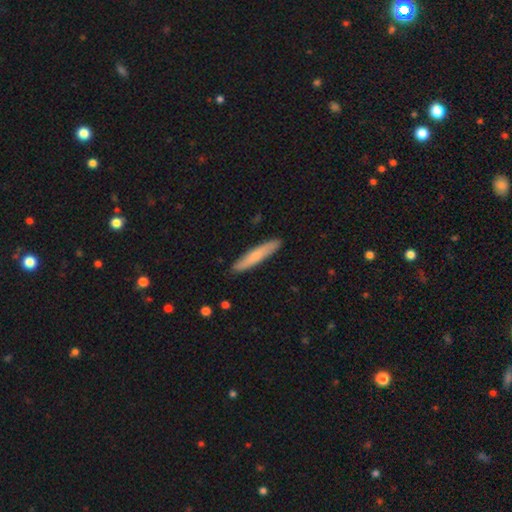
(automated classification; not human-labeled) A smooth galaxy with no disk features (64%) that is cigar-shaped (91%).

Vote fractions:
- Smooth or featured? smooth: 64% / featured or disk: 31% / star or artifact: 5%
- How rounded? cigar-shaped: 91% / in between: 7% / round: 1%
- Merging? none: 89% / minor disturbance: 8% / major disturbance: 1% / merger: 1%